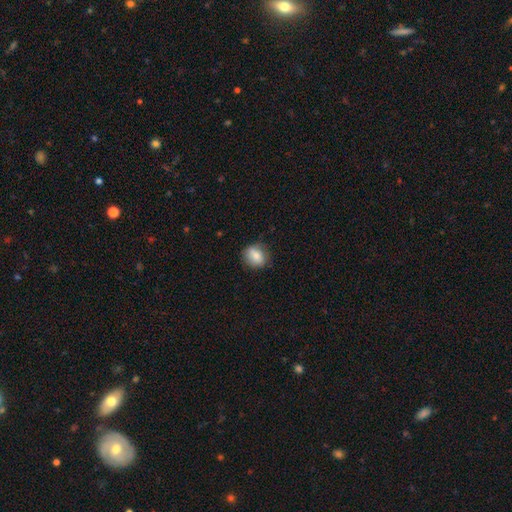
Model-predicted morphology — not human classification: Q: Smooth or featured?
A: smooth (80%); runner-up: featured or disk (11%)
Q: How rounded?
A: round (62%); runner-up: in between (37%)
Q: Merging?
A: none (78%); runner-up: minor disturbance (17%)